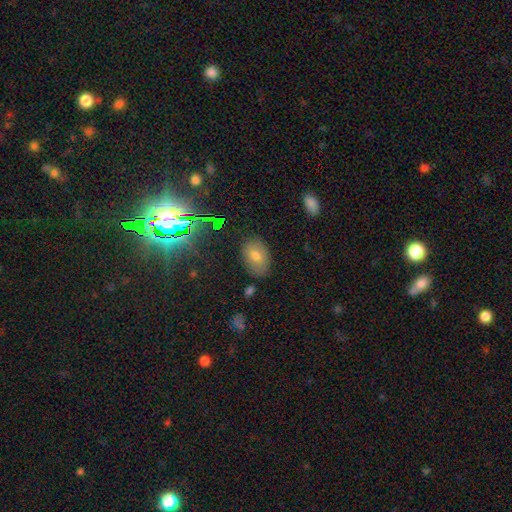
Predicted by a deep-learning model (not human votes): This appears to be a smooth galaxy with no disk features (63%) that is in between round and cigar-shaped (85%). Merging: none (80%).